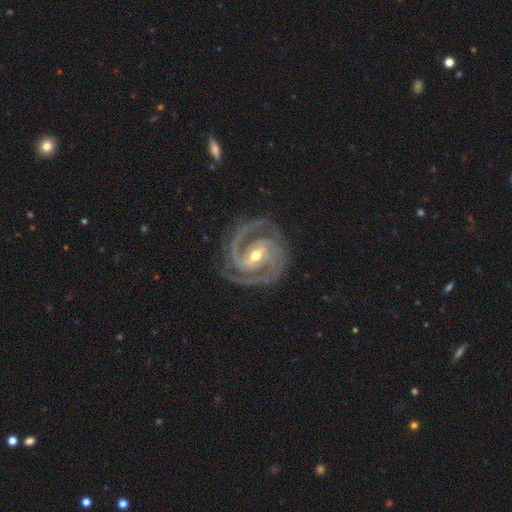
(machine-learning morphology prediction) Smooth or featured? Predicted: featured or disk (p=0.94). Edge-on disk? Predicted: no (p=0.98). Bar? Predicted: weak (p=0.43). Spiral arms? Predicted: yes (p=0.99). Spiral winding? Predicted: tight (p=0.61). Spiral arm count? Predicted: 2 (p=0.59). Bulge size? Predicted: moderate (p=0.63). Merging? Predicted: none (p=0.81).